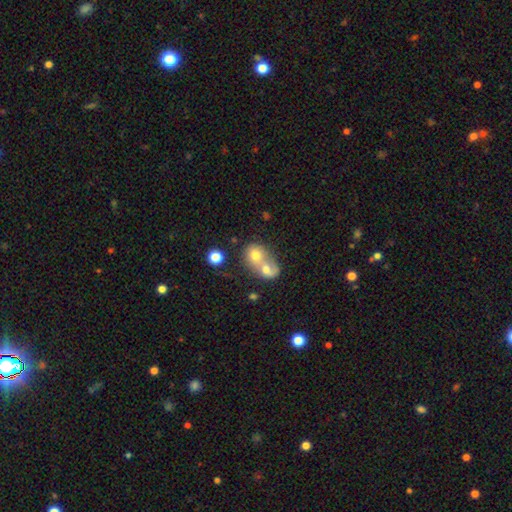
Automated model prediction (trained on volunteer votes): Smooth or featured: smooth — 67% (featured or disk — 23%)
How rounded: round — 61% (in between — 38%)
Merging: merger — 77% (none — 15%)